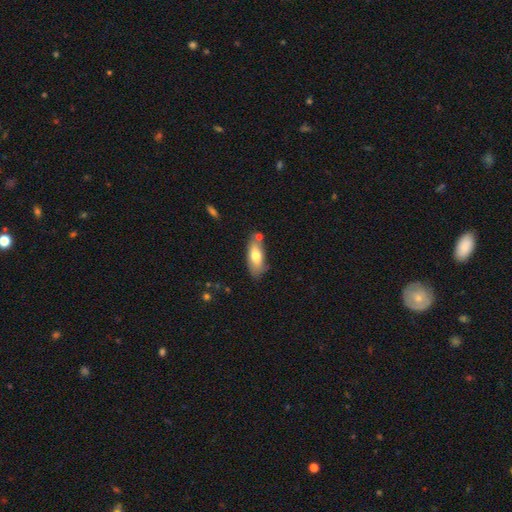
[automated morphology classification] smooth-or-featured: smooth: 70% | featured or disk: 24% | star or artifact: 6%
  how-rounded: in between: 78% | cigar-shaped: 19% | round: 3%
  merging: none: 68% | minor disturbance: 18% | merger: 10% | major disturbance: 4%